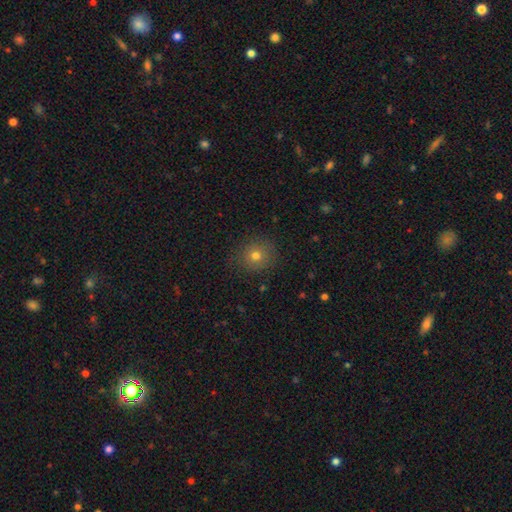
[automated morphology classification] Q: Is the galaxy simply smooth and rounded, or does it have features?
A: smooth — 74%.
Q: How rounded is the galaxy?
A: round — 85%.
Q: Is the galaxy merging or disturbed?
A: none — 85%.